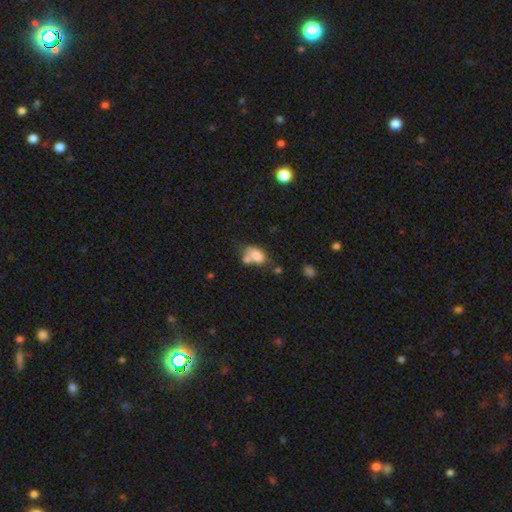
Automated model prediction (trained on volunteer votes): Overall: smooth (75%). How rounded: in between (85%). Merging: merger (45%; none 29%).